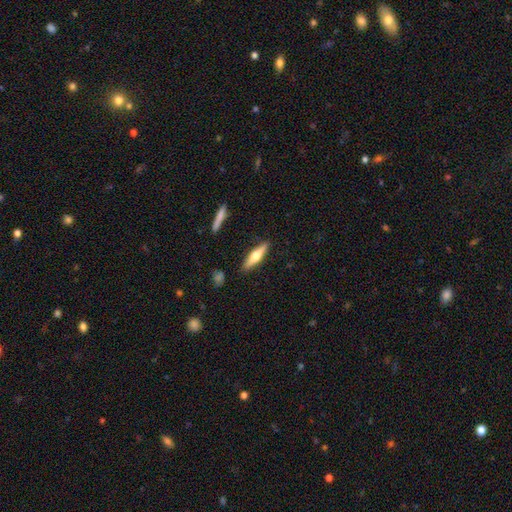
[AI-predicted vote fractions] The model was most divided on "smooth or featured": featured or disk: 48%, smooth: 47%, star or artifact: 6%. More confident: merging — none (88%).